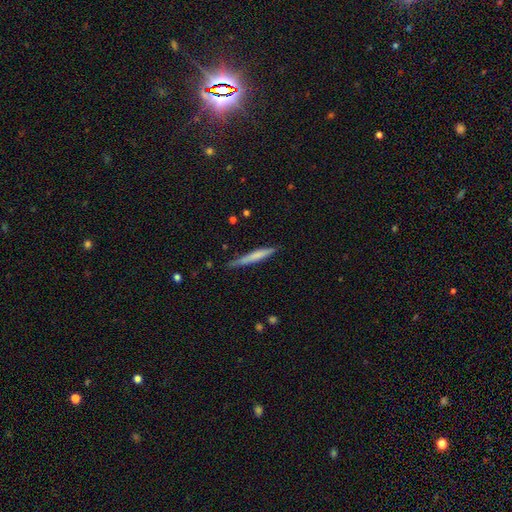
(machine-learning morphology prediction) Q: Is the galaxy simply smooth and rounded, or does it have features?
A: smooth — 62%.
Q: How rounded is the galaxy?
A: cigar-shaped — 95%.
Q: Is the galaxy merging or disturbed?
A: none — 77%.